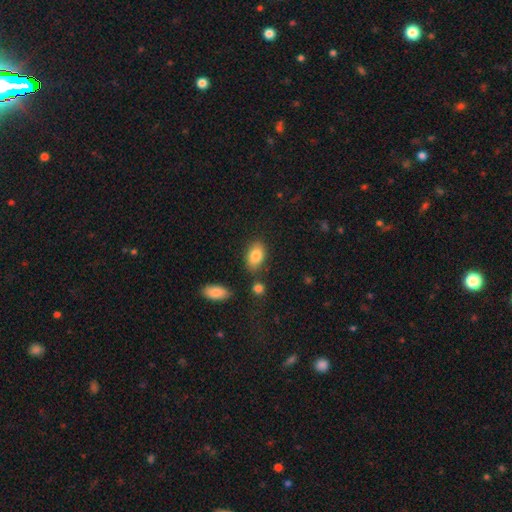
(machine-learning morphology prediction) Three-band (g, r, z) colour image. It shows a smooth galaxy with no disk features (84%) that is in between round and cigar-shaped (89%). Merging: none (78%).